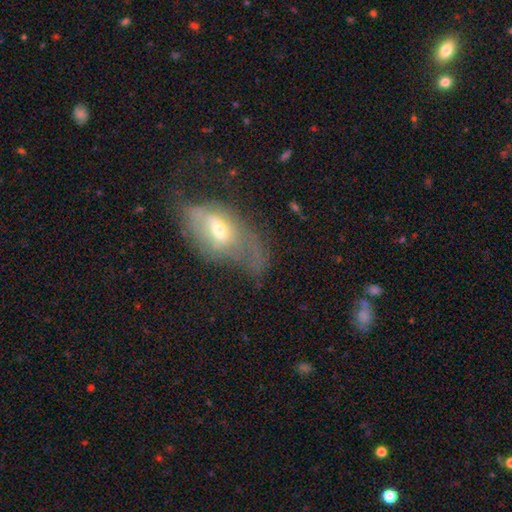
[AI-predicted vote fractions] smooth-or-featured: featured or disk: 53% | smooth: 37% | star or artifact: 10%
  disk-edge-on: no: 86% | yes: 14%
  merging: major disturbance: 41% | none: 28% | minor disturbance: 27% | merger: 4%